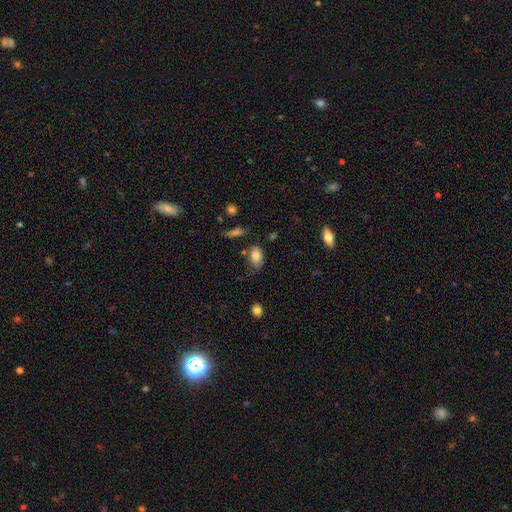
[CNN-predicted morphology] type=smooth (80%); roundness=in between (91%); merging=none (54%).